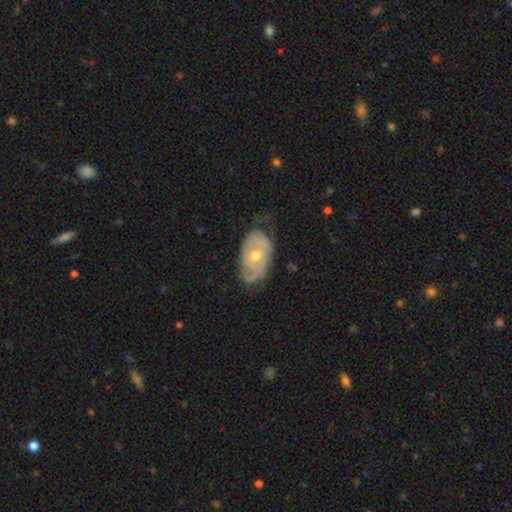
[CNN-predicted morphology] featured or disk 67%, smooth 27%, star or artifact 6%. Down the decision tree: edge-on disk — no (93%); bar — no (72%); spiral arms — yes (67%); bulge size — moderate (65%); merging — none (54%).